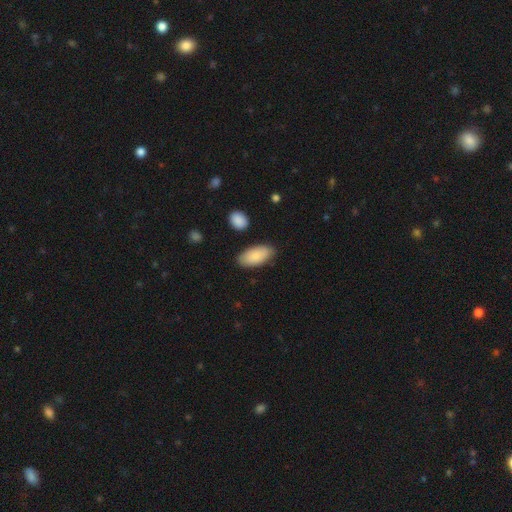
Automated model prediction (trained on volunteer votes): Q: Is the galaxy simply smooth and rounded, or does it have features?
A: smooth — 87%.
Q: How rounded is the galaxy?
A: in between — 91%.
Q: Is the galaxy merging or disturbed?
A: none — 82%.